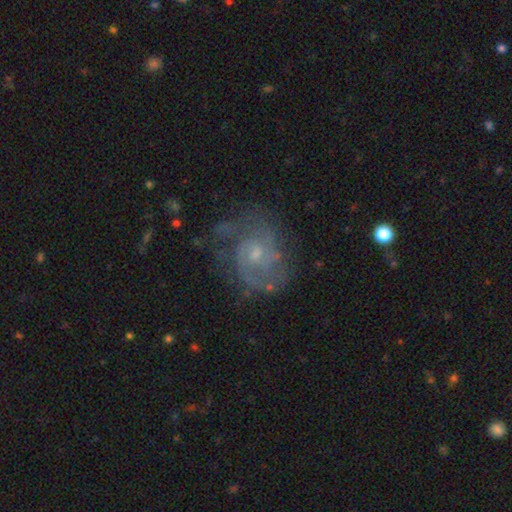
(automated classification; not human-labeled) A featured or disk galaxy (78%) with no bar (67%), 2 (49%) medium (44%) spiral arms (90%) and a small central bulge (63%).

Vote fractions:
- Smooth or featured? featured or disk: 78% / smooth: 13% / star or artifact: 9%
- Edge-on disk? no: 98% / yes: 2%
- Bar? no: 67% / weak: 29% / strong: 4%
- Spiral arms? yes: 90% / no: 10%
- Spiral winding? medium: 44% / tight: 40% / loose: 16%
- Spiral arm count? 2: 49% / can't tell: 26% / 3: 12% / 1: 7% / 4: 4% / more than 4: 3%
- Bulge size? small: 63% / moderate: 31% / none: 4% / large: 2% / dominant: 1%
- Merging? none: 59% / minor disturbance: 21% / major disturbance: 17% / merger: 2%